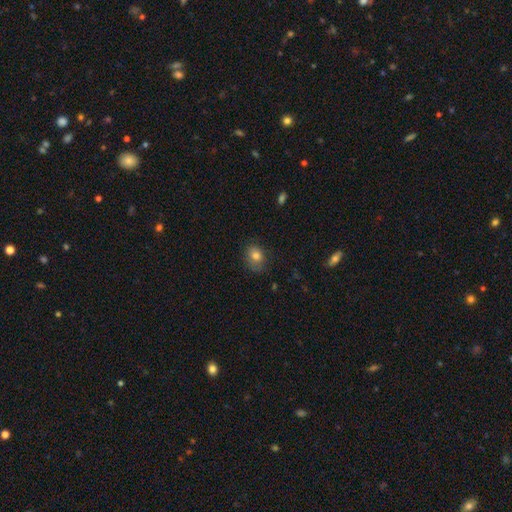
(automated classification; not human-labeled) Overall: smooth (80%). How rounded: in between (55%; round 44%). Merging: none (68%).